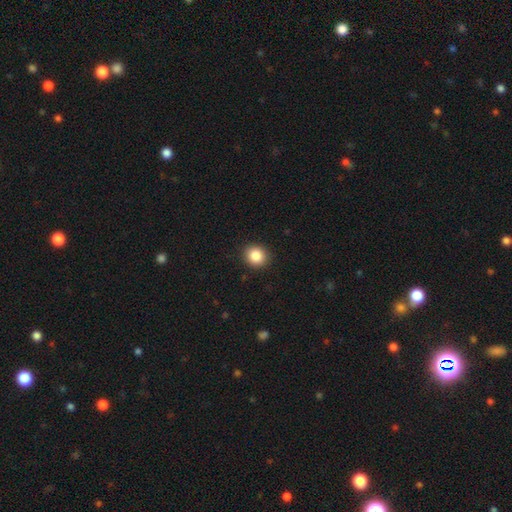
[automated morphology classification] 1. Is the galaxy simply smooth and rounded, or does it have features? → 86% smooth, 10% star or artifact, 4% featured or disk.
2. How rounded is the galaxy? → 84% round, 15% in between, 1% cigar-shaped.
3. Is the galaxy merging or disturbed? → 91% none, 6% minor disturbance, 2% major disturbance, 1% merger.